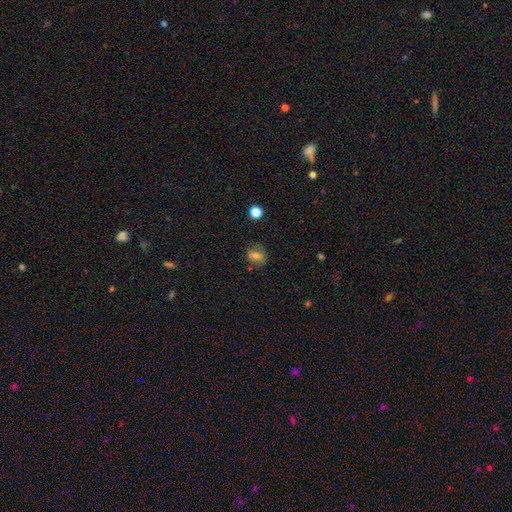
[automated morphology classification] A smooth galaxy with no disk features (64%) that is round (62%).

Vote fractions:
- Smooth or featured? smooth: 64% / featured or disk: 21% / star or artifact: 15%
- How rounded? round: 62% / in between: 36% / cigar-shaped: 2%
- Merging? none: 78% / minor disturbance: 15% / major disturbance: 4% / merger: 3%